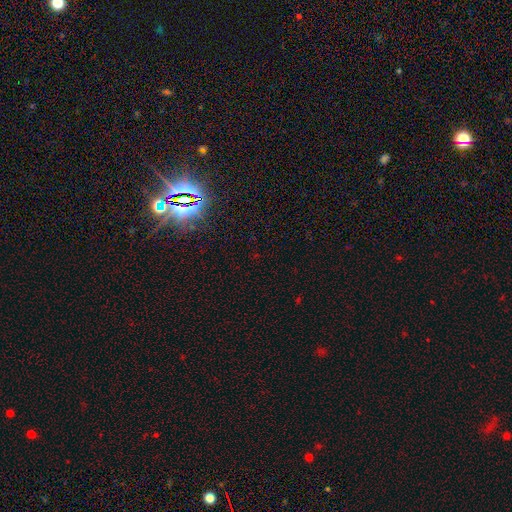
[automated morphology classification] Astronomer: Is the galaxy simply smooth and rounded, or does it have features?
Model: star or artifact — 71%.